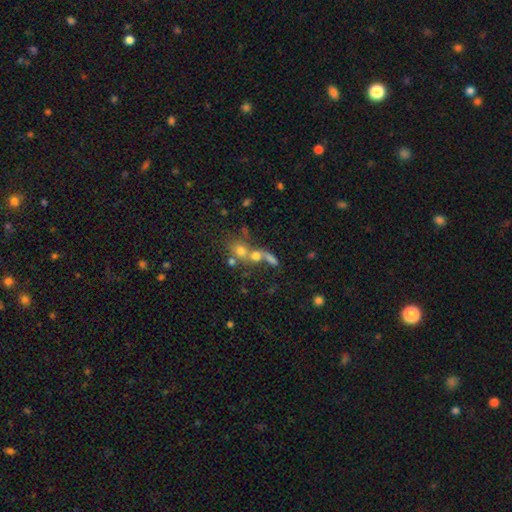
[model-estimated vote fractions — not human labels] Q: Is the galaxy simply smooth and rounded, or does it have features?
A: smooth — 60%.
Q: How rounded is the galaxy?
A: round — 64%.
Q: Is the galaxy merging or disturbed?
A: merger — 55%.